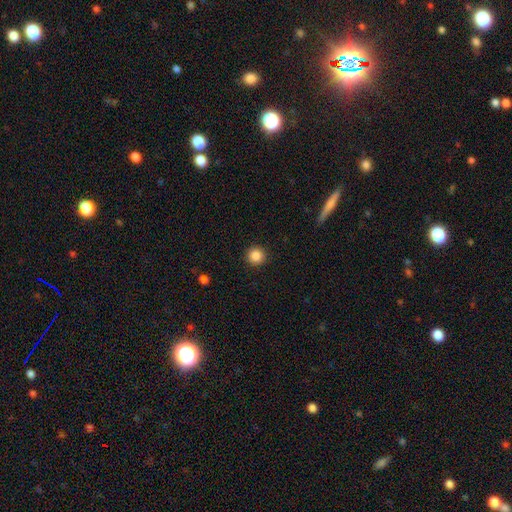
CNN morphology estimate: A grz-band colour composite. It shows a smooth galaxy with no disk features (86%) that is round (94%). Merging: none (93%).